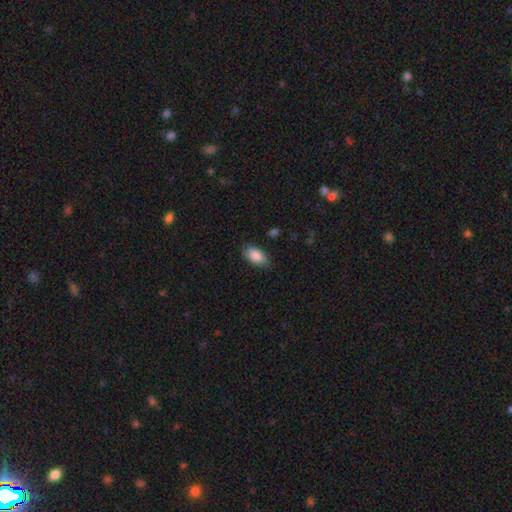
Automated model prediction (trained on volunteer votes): This appears to be a smooth galaxy with no disk features (88%) that is in between round and cigar-shaped (93%). Merging: none (82%).